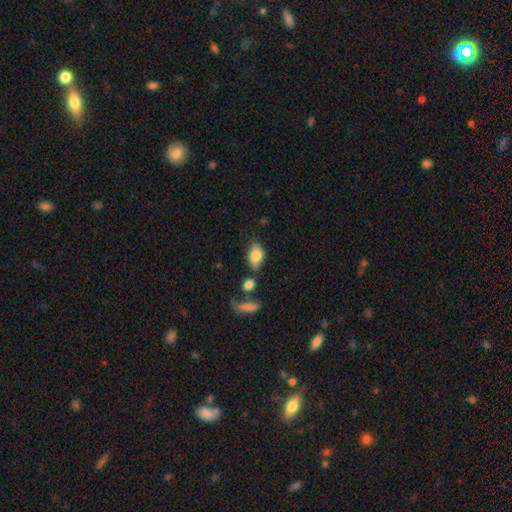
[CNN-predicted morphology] This is likely a smooth galaxy (77%). How rounded: clearly in between (87%). Merging: possibly none (54%).